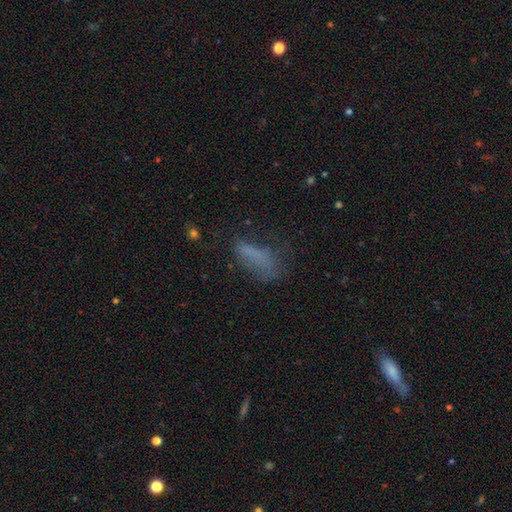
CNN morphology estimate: Smooth or featured?
  - smooth: 57% *
  - featured or disk: 24%
  - star or artifact: 19%
How rounded?
  - in between: 62% *
  - cigar-shaped: 34%
  - round: 4%
Merging?
  - none: 40% *
  - major disturbance: 31%
  - minor disturbance: 24%
  - merger: 4%